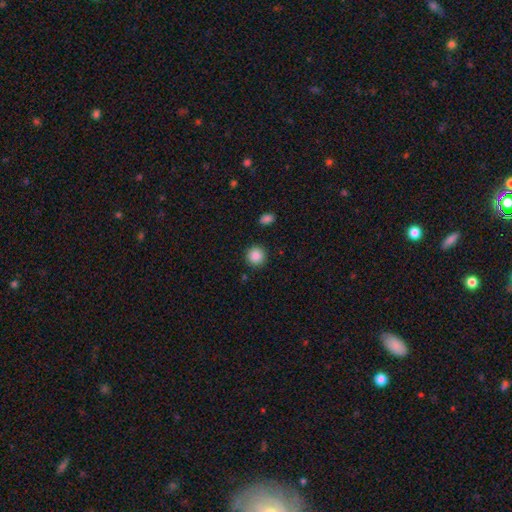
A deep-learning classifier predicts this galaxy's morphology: This is clearly a smooth galaxy (87%). How rounded: clearly round (94%). Merging: clearly none (91%).